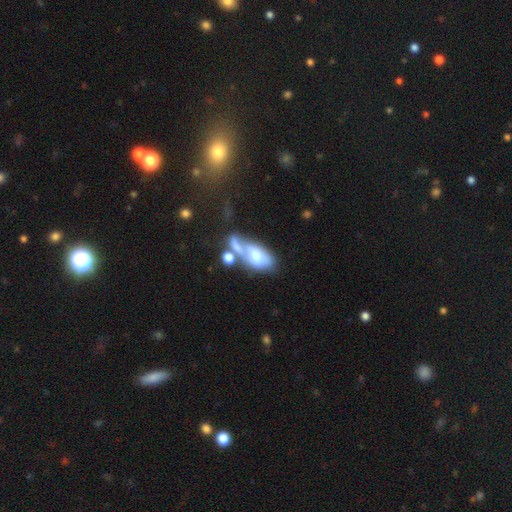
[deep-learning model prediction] A smooth galaxy with no disk features (49%). Merging: merger (44%).